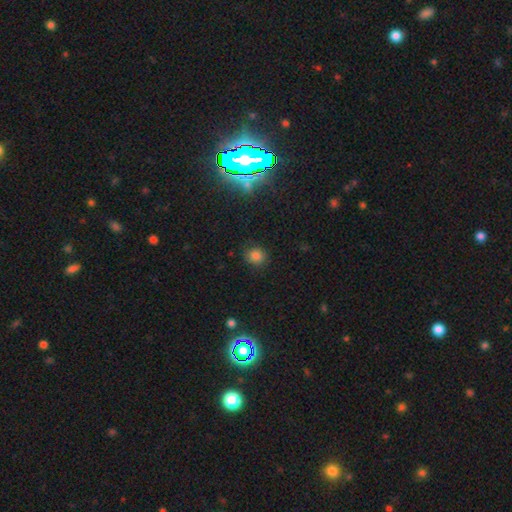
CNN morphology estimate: Overall: smooth (80%). How rounded: round (81%). Merging: none (83%).